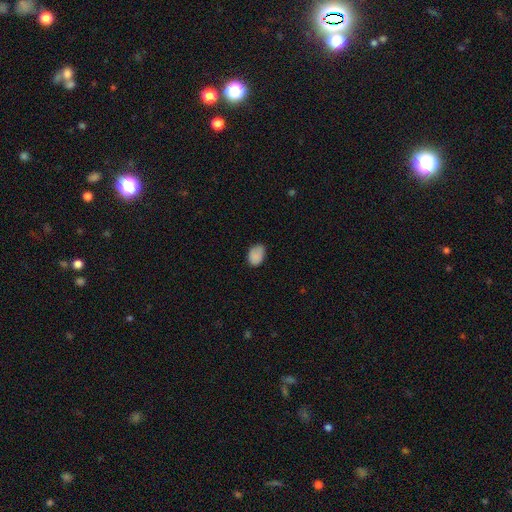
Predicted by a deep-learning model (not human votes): A smooth galaxy with no disk features (86%) that is in between round and cigar-shaped (78%). Merging: none (73%).